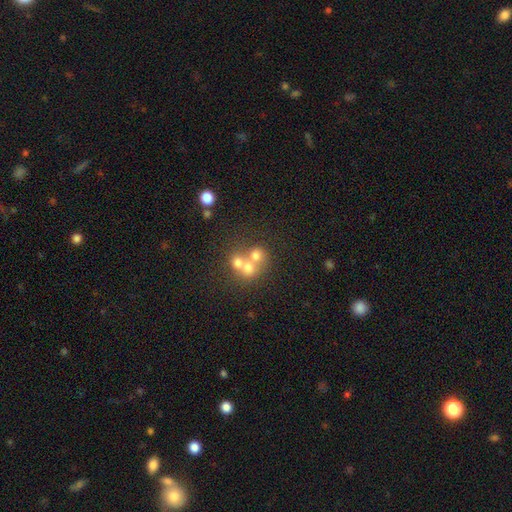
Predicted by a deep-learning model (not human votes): This appears to be a smooth galaxy with no disk features (60%) that is round (79%). Merging: merger (60%).